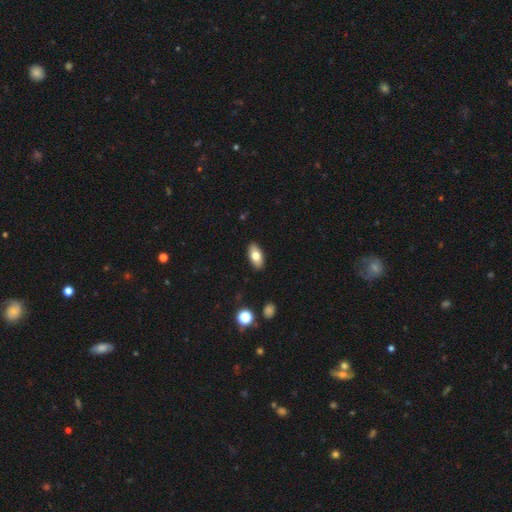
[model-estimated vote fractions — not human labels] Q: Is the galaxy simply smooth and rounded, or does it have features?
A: smooth — 76%.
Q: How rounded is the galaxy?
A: in between — 90%.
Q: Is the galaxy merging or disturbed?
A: none — 89%.